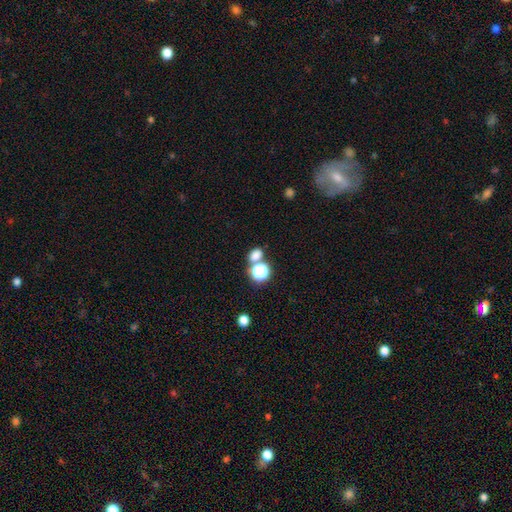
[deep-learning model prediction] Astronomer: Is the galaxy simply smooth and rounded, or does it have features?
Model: smooth — 70%.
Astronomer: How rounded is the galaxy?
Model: round — 50% (runner-up: in between, 49%).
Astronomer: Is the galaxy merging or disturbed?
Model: none — 59%.